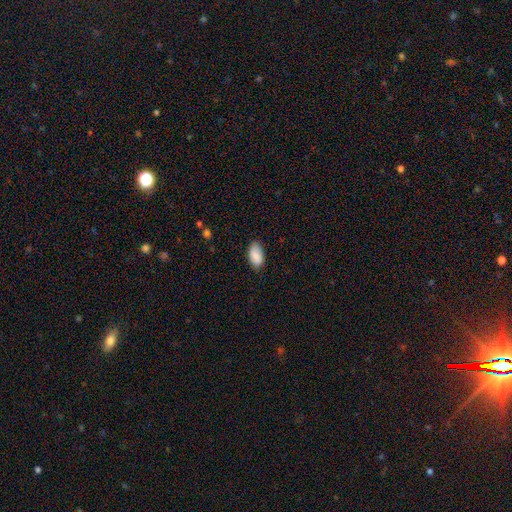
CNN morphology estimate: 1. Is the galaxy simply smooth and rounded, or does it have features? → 87% smooth, 7% star or artifact, 6% featured or disk.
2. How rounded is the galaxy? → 94% in between, 3% round, 2% cigar-shaped.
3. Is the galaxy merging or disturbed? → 81% none, 15% minor disturbance, 3% major disturbance, 1% merger.